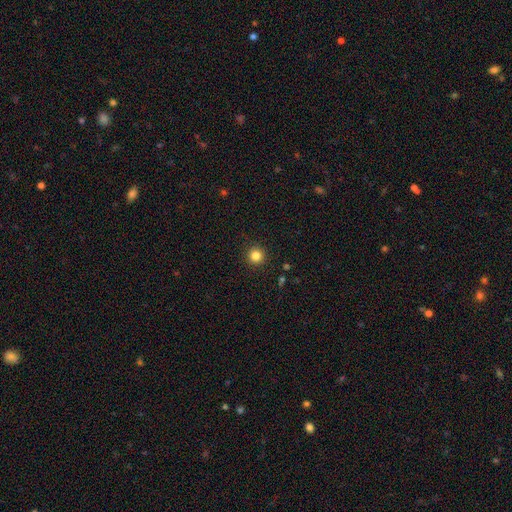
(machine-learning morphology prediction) The model was most divided on "smooth or featured": smooth: 84%, star or artifact: 12%, featured or disk: 4%. More confident: how rounded — round (96%); merging — none (93%).